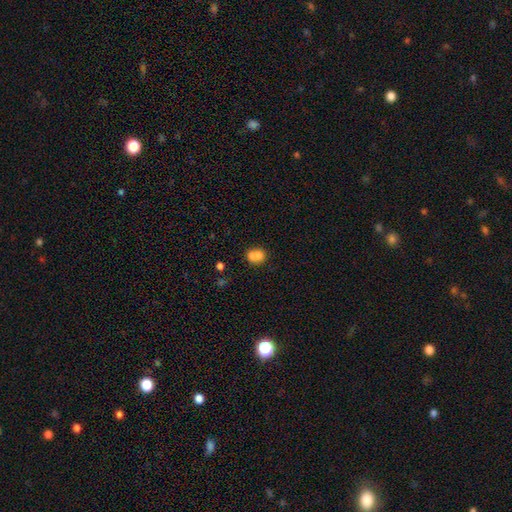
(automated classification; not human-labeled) smooth_or_featured: smooth (p=0.72) [alt: featured or disk p=0.18]
how_rounded: round (p=0.63) [alt: in between p=0.36]
merging: merger (p=0.61) [alt: none p=0.28]